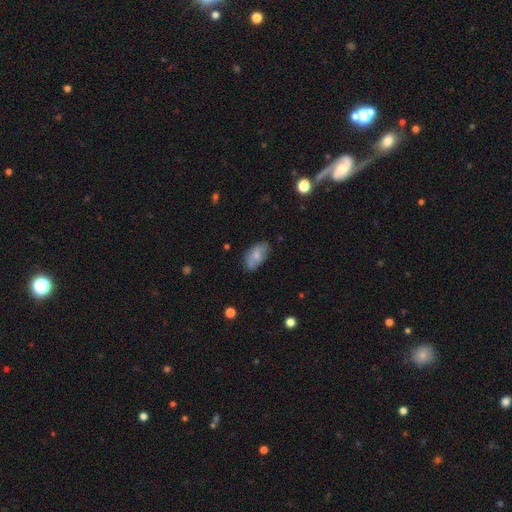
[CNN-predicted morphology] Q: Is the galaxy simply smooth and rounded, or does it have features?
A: smooth — 71%.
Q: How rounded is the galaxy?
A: in between — 93%.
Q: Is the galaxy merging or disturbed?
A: none — 69%.